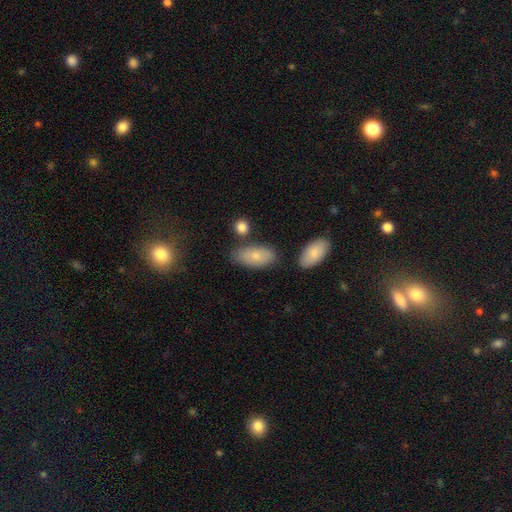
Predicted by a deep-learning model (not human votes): Smooth or featured?
  - smooth: 77% *
  - featured or disk: 15%
  - star or artifact: 8%
How rounded?
  - in between: 92% *
  - cigar-shaped: 4%
  - round: 4%
Merging?
  - none: 67% *
  - minor disturbance: 19%
  - merger: 9%
  - major disturbance: 5%